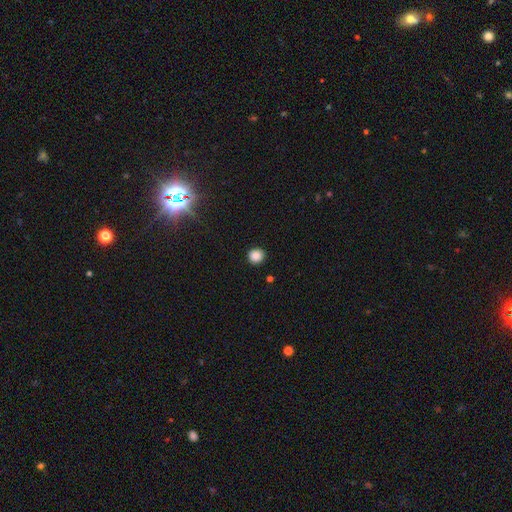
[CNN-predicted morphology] smooth 85%, star or artifact 11%, featured or disk 4%. Down the decision tree: how rounded — round (92%); merging — none (92%).